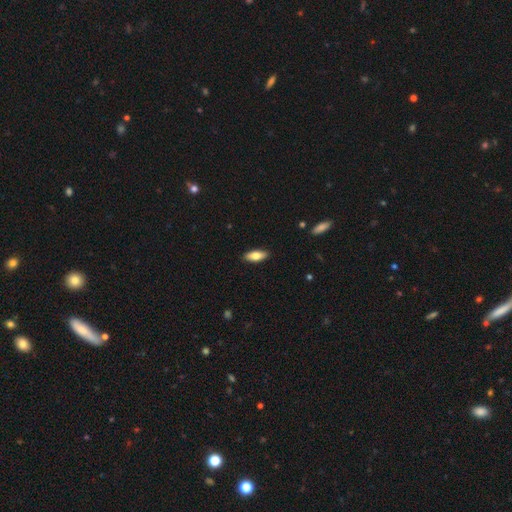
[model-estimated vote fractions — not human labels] smooth_or_featured: smooth (p=0.77) [alt: featured or disk p=0.17]
how_rounded: in between (p=0.78) [alt: cigar-shaped p=0.20]
merging: none (p=0.89) [alt: minor disturbance p=0.08]